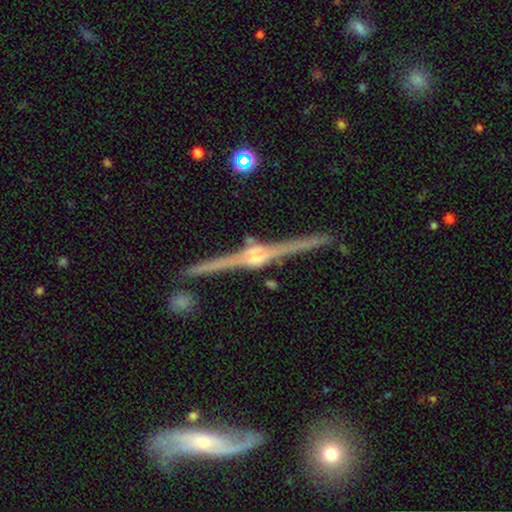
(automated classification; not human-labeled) smooth-or-featured: featured or disk: 88% | star or artifact: 7% | smooth: 5%
  disk-edge-on: yes: 98% | no: 2%
    edge-on-bulge: rounded: 88% | boxy: 9% | none: 3%
  merging: none: 87% | minor disturbance: 8% | merger: 3% | major disturbance: 2%